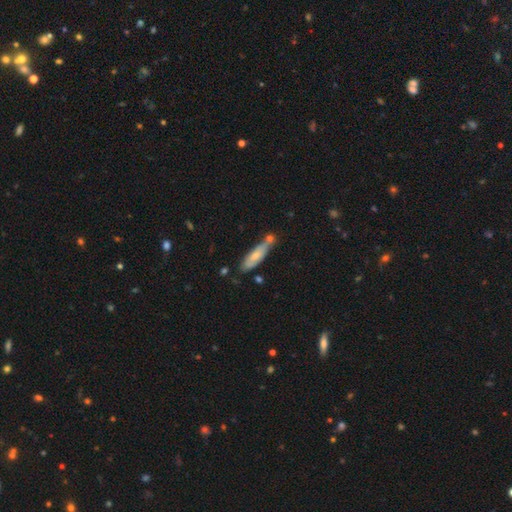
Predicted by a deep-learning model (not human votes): smooth-or-featured: smooth: 63% | featured or disk: 31% | star or artifact: 6%
  how-rounded: cigar-shaped: 71% | in between: 27% | round: 2%
  merging: none: 52% | merger: 22% | minor disturbance: 22% | major disturbance: 5%